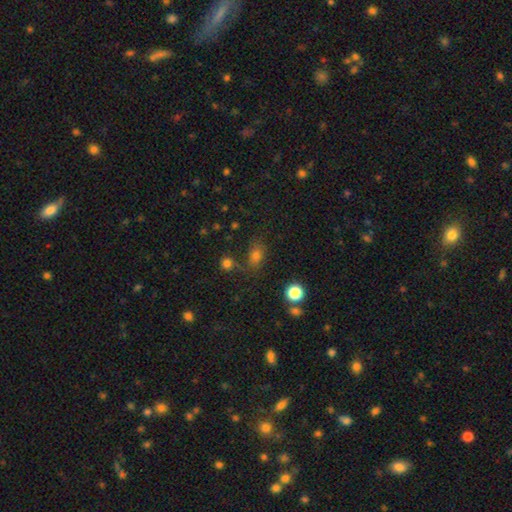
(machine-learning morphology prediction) Overall: smooth (70%). How rounded: in between (66%; round 30%). Merging: none (66%).